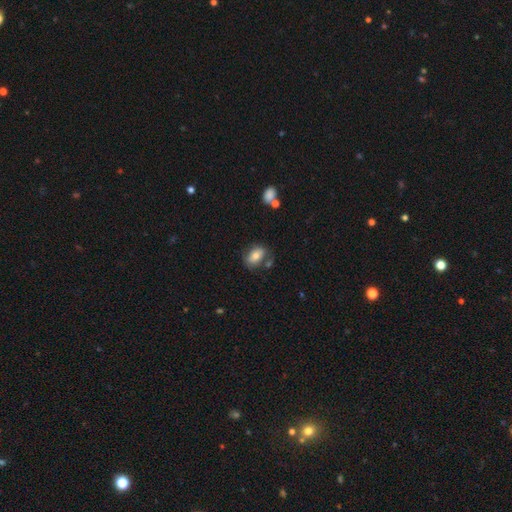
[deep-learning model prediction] Smooth or featured? Predicted: smooth (p=0.72). How rounded? Predicted: in between (p=0.83). Merging? Predicted: none (p=0.66).